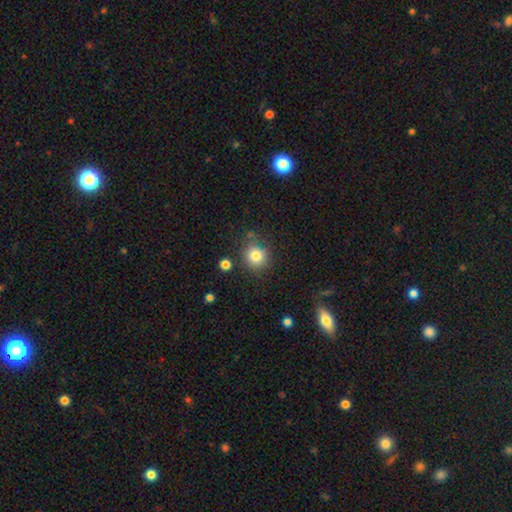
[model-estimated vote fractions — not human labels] Smooth or featured: smooth — 81% (star or artifact — 11%)
How rounded: round — 88% (in between — 11%)
Merging: none — 80% (minor disturbance — 11%)